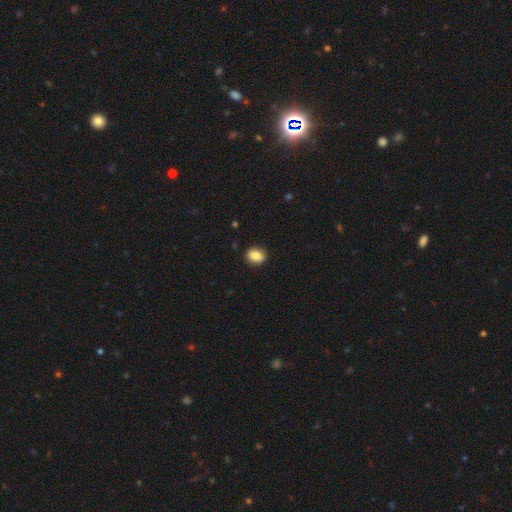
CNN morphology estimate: Smooth or featured? Predicted: smooth (p=0.87). How rounded? Predicted: in between (p=0.58). Merging? Predicted: none (p=0.88).